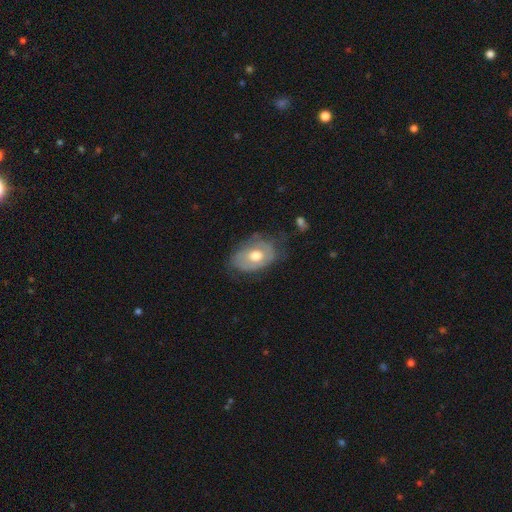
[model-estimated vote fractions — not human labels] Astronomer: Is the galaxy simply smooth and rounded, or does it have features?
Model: smooth — 49% (runner-up: featured or disk, 45%).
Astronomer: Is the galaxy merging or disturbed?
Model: none — 54% (runner-up: minor disturbance, 31%).